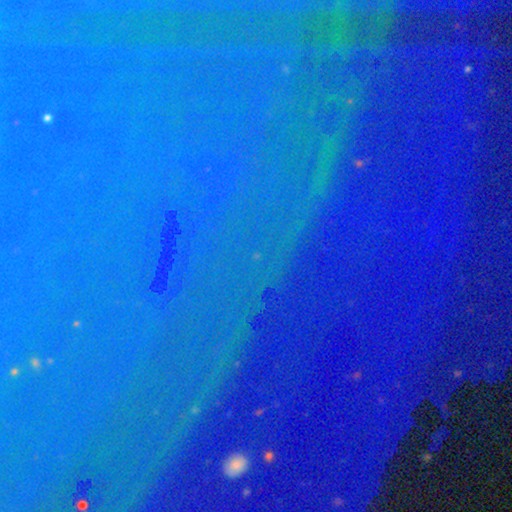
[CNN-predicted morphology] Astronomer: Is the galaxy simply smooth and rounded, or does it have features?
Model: star or artifact — 85%.